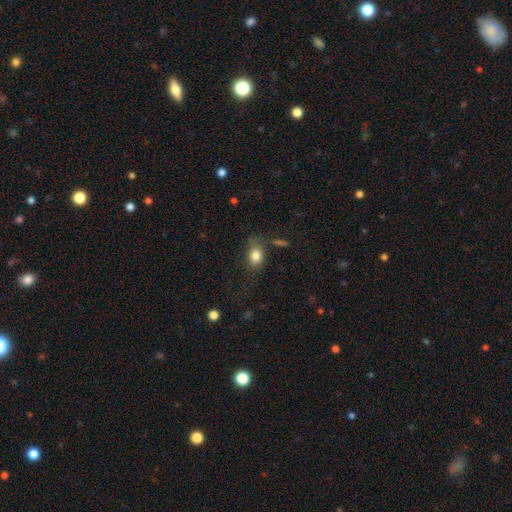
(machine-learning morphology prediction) Smooth or featured? Predicted: smooth (p=0.81). How rounded? Predicted: in between (p=0.66). Merging? Predicted: none (p=0.59).